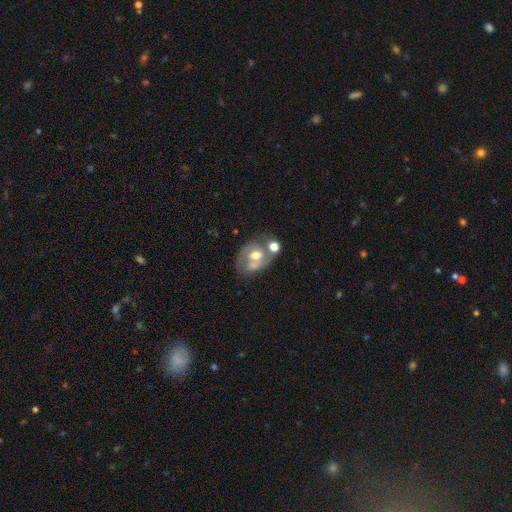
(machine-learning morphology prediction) Smooth or featured: featured or disk — 59% (smooth — 32%)
Edge-on disk: no — 96% (yes — 4%)
Bar: no — 64% (weak — 28%)
Spiral arms: yes — 57% (no — 43%)
Bulge size: moderate — 69% (large — 16%)
Merging: none — 41% (merger — 30%)